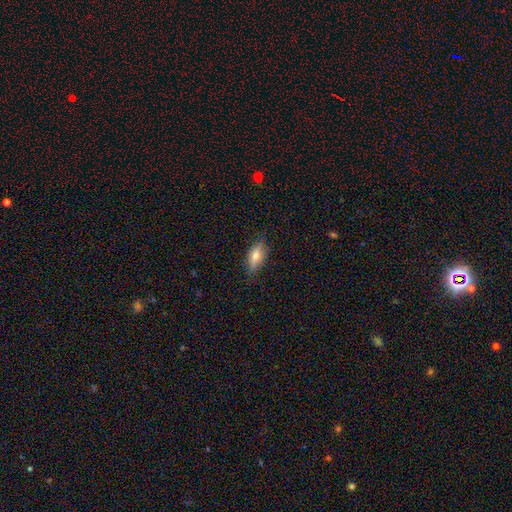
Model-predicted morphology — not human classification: Smooth or featured? Predicted: smooth (p=0.57). How rounded? Predicted: in between (p=0.68). Merging? Predicted: none (p=0.81).